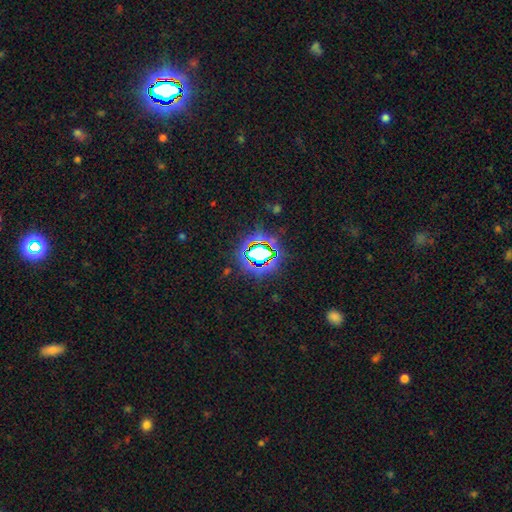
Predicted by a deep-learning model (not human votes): Smooth or featured: star or artifact — 80% (smooth — 12%)